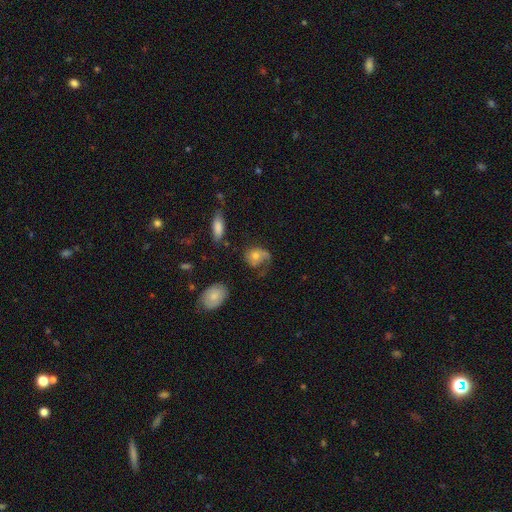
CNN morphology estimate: A smooth galaxy with no disk features (53%) that is round (54%). Merging: major disturbance (36%).